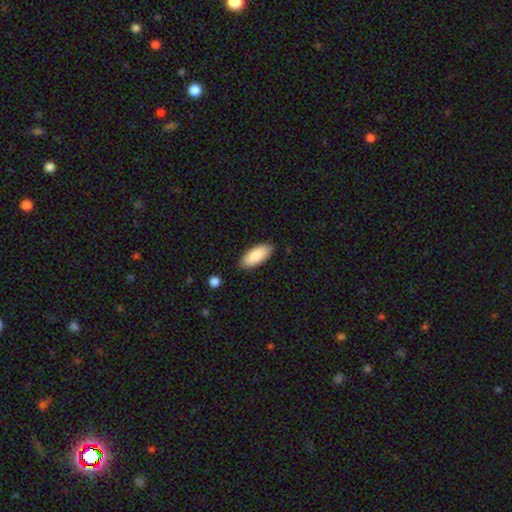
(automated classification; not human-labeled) Q: Smooth or featured?
A: smooth (86%); runner-up: featured or disk (8%)
Q: How rounded?
A: in between (87%); runner-up: cigar-shaped (11%)
Q: Merging?
A: none (87%); runner-up: minor disturbance (10%)